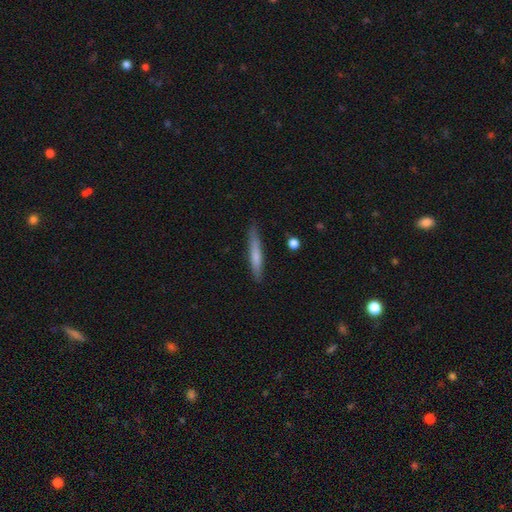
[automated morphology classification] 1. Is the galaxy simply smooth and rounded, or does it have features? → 65% smooth, 29% featured or disk, 6% star or artifact.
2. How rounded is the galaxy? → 94% cigar-shaped, 5% in between, 1% round.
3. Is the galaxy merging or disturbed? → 84% none, 12% minor disturbance, 2% major disturbance, 2% merger.